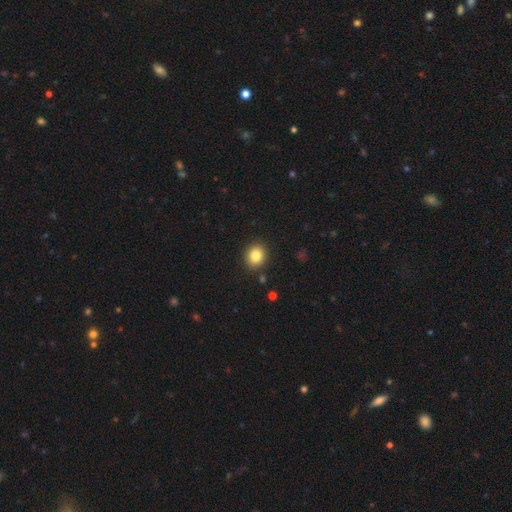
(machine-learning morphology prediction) smooth-or-featured: smooth: 83% | star or artifact: 10% | featured or disk: 7%
  how-rounded: round: 76% | in between: 23% | cigar-shaped: 1%
  merging: none: 90% | minor disturbance: 7% | major disturbance: 2% | merger: 2%